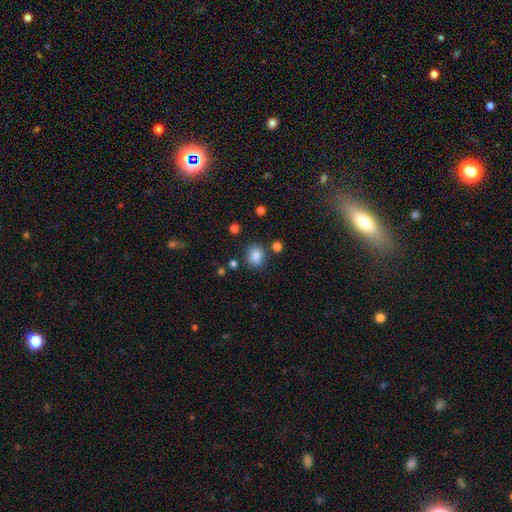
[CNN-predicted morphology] type=smooth (85%); roundness=round (58%); merging=none (79%).